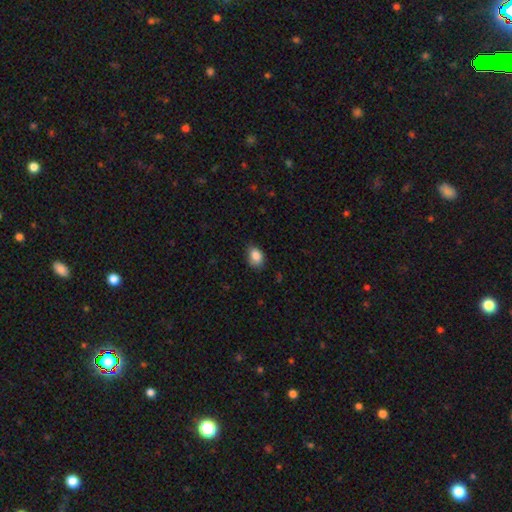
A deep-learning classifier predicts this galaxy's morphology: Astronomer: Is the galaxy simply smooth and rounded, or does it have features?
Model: smooth — 86%.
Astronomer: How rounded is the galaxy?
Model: in between — 75%.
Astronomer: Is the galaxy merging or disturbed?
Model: none — 71%.